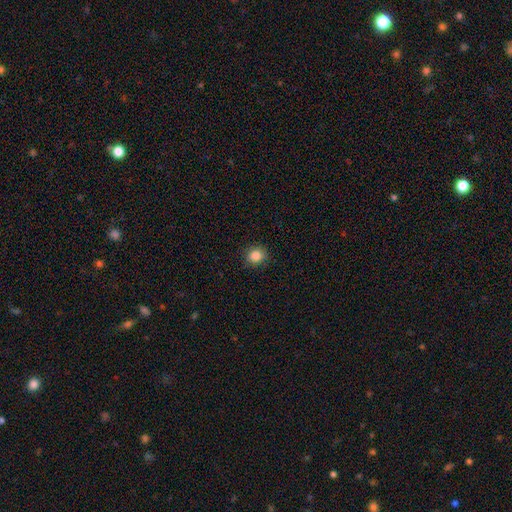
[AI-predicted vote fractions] Morphology: type=smooth (85%); roundness=round (84%); merging=none (88%).